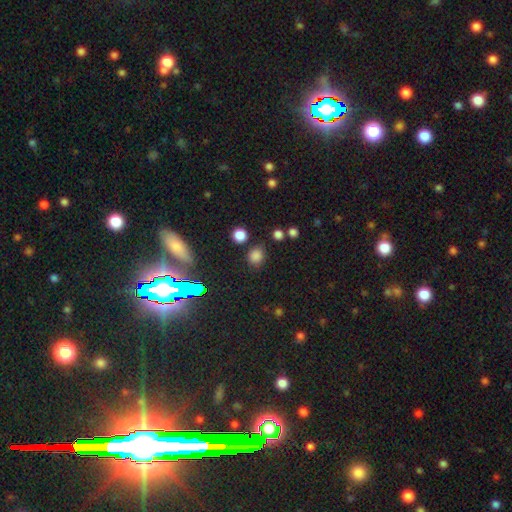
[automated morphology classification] Smooth or featured: smooth — 77% (star or artifact — 18%)
How rounded: round — 75% (in between — 24%)
Merging: none — 79% (minor disturbance — 11%)